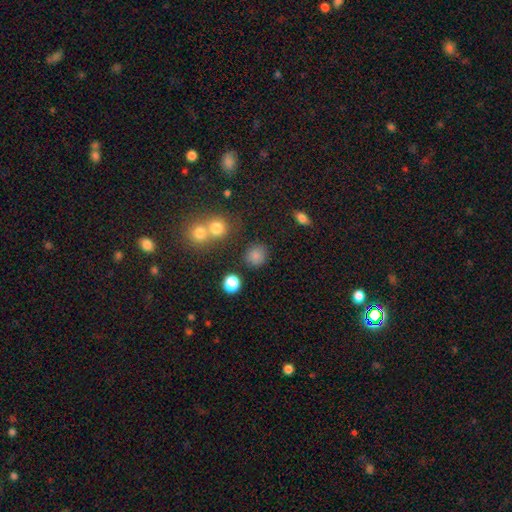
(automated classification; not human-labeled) smooth-or-featured: smooth: 81% | star or artifact: 14% | featured or disk: 6%
  how-rounded: round: 82% | in between: 17% | cigar-shaped: 1%
  merging: none: 79% | minor disturbance: 10% | merger: 7% | major disturbance: 4%